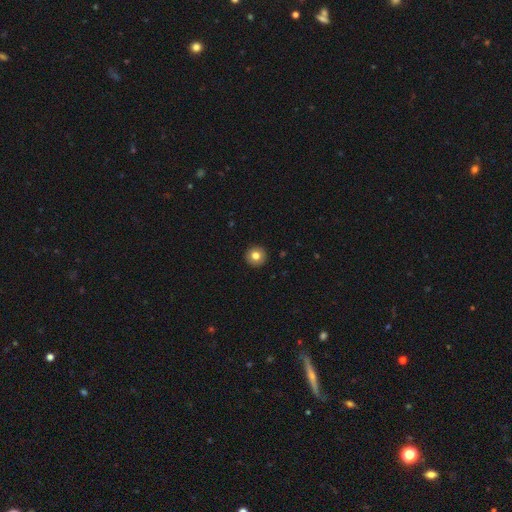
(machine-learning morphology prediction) smooth 81%, featured or disk 10%, star or artifact 10%. Down the decision tree: how rounded — round (96%); merging — none (94%).